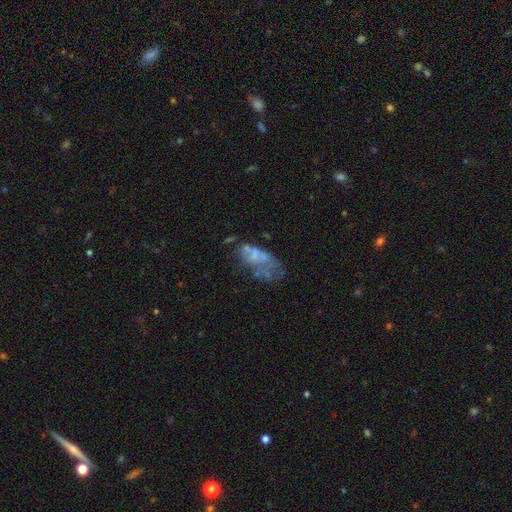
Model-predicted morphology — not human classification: Smooth or featured? Predicted: featured or disk (p=0.49). Merging? Predicted: major disturbance (p=0.31).